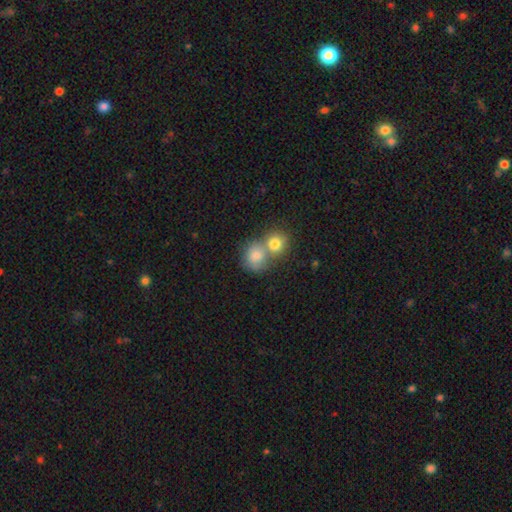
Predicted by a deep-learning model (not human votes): Overall: smooth (80%). How rounded: round (76%). Merging: merger (56%; none 33%).